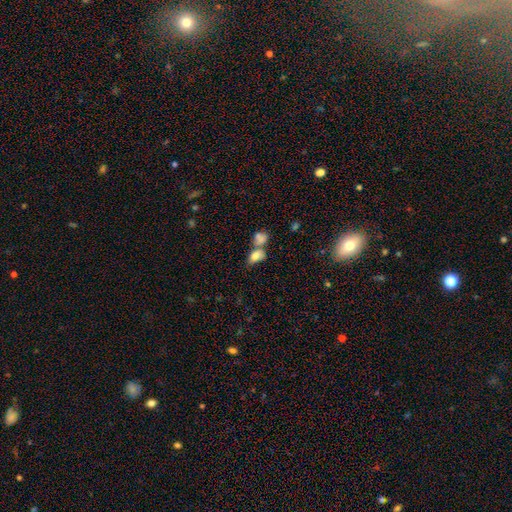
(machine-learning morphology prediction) Smooth or featured: smooth — 76% (featured or disk — 14%)
How rounded: in between — 81% (round — 16%)
Merging: merger — 44% (none — 35%)